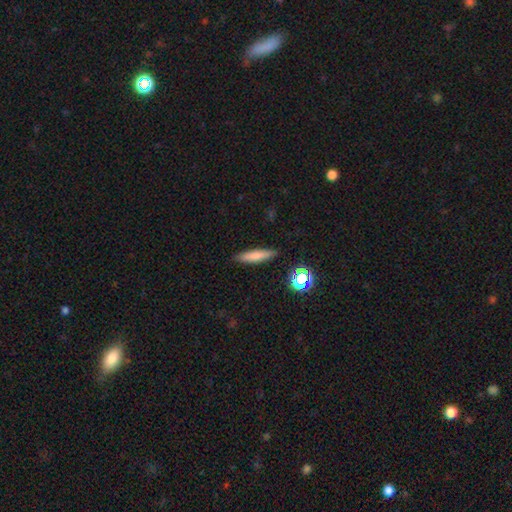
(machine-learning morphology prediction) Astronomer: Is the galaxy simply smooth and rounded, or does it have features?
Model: smooth — 75%.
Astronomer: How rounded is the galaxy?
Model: cigar-shaped — 81%.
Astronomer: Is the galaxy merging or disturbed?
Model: none — 88%.